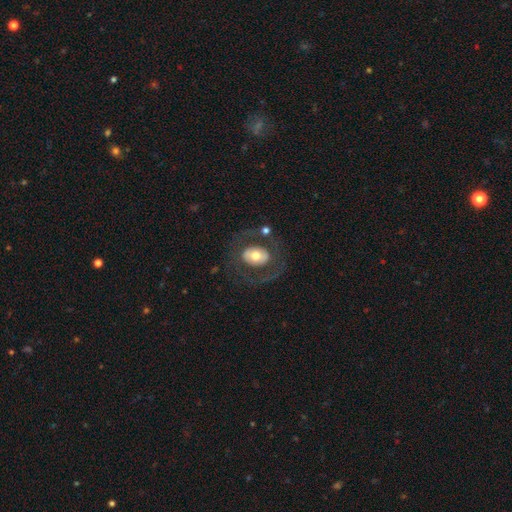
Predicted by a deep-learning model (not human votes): Q: Smooth or featured?
A: featured or disk (51%); runner-up: smooth (43%)
Q: Edge-on disk?
A: no (94%); runner-up: yes (6%)
Q: Merging?
A: none (67%); runner-up: major disturbance (16%)